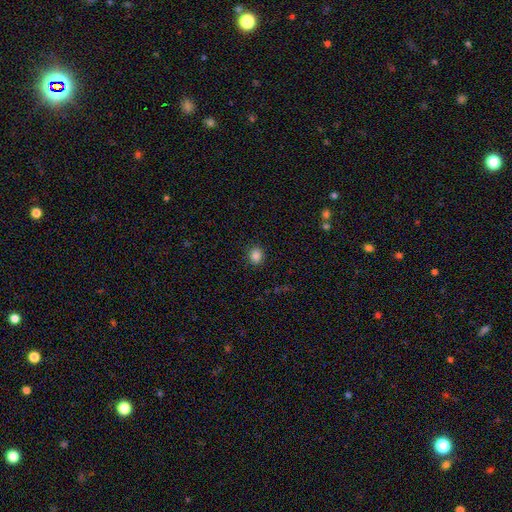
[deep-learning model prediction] Smooth or featured? smooth (86%)
How rounded? round (67%)
Merging? none (88%)